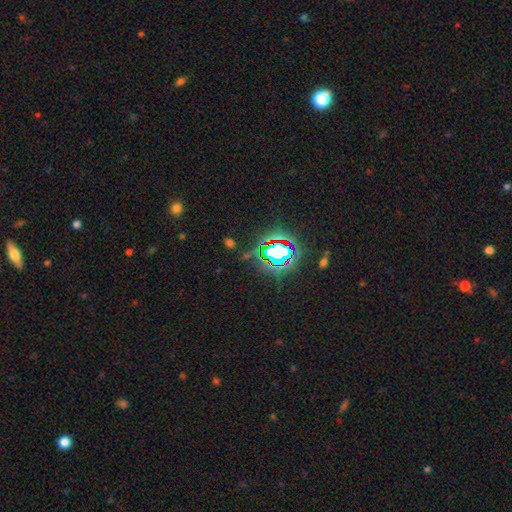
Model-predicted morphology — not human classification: A star or artifact, not a galaxy (82%).